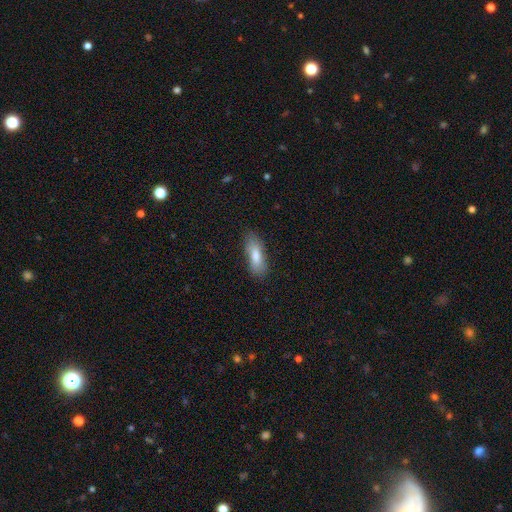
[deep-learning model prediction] This appears to be a smooth galaxy with no disk features (76%) that is in between round and cigar-shaped (62%). Merging: none (77%).